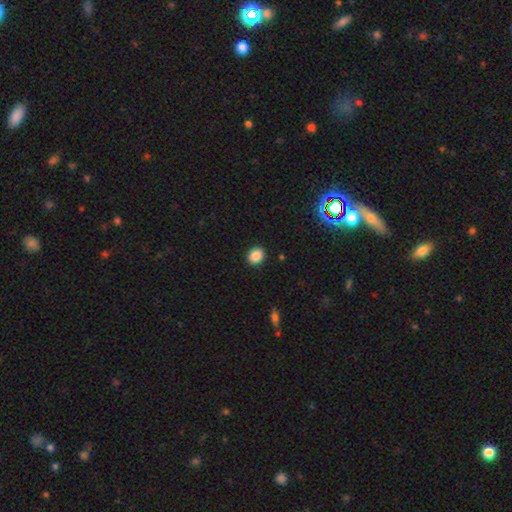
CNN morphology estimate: Smooth or featured: smooth — 87% (star or artifact — 10%)
How rounded: round — 69% (in between — 30%)
Merging: none — 91% (minor disturbance — 6%)